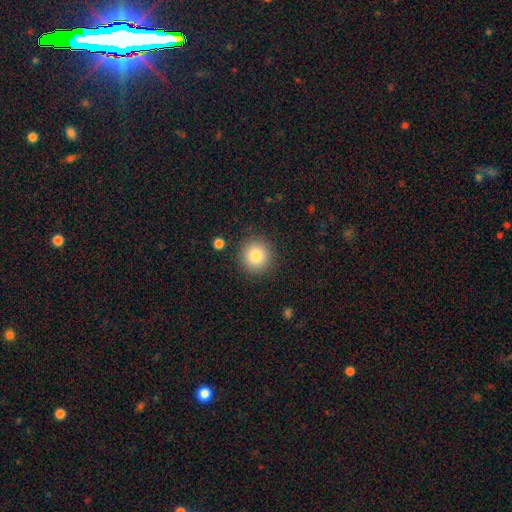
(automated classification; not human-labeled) smooth_or_featured: smooth (p=0.83) [alt: star or artifact p=0.10]
how_rounded: round (p=0.94) [alt: in between p=0.06]
merging: none (p=0.88) [alt: minor disturbance p=0.07]